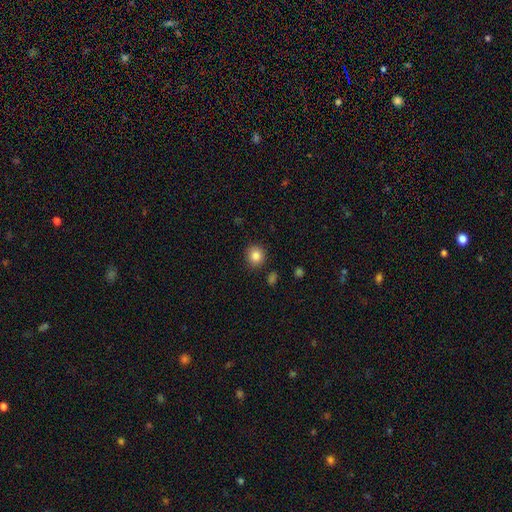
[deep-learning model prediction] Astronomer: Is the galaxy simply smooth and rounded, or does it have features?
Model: smooth — 84%.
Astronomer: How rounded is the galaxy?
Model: round — 88%.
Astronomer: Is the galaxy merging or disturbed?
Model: none — 89%.